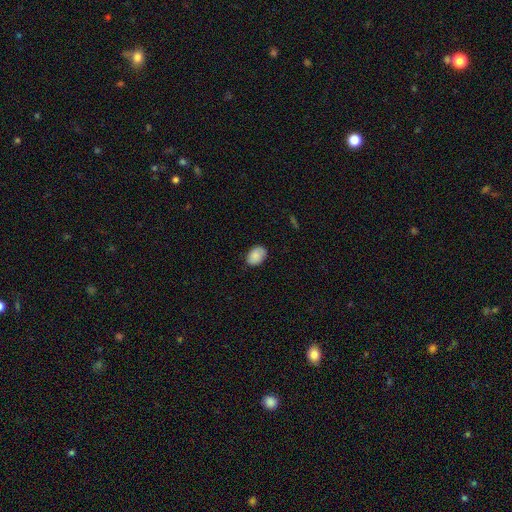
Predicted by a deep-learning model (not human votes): Morphology: type=smooth (83%); roundness=in between (80%); merging=none (77%).